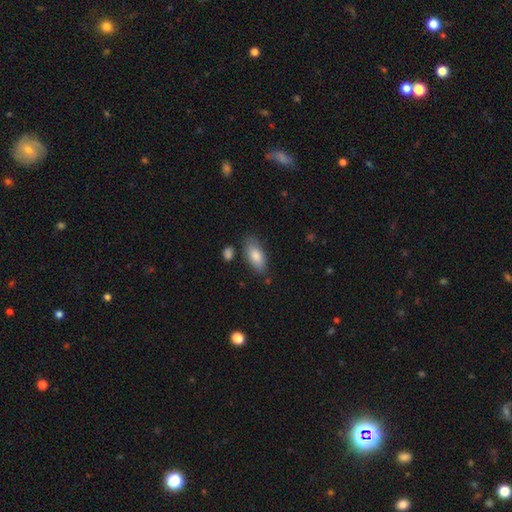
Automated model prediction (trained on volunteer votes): Q: Smooth or featured?
A: smooth (80%); runner-up: featured or disk (12%)
Q: How rounded?
A: in between (86%); runner-up: cigar-shaped (11%)
Q: Merging?
A: none (80%); runner-up: minor disturbance (14%)